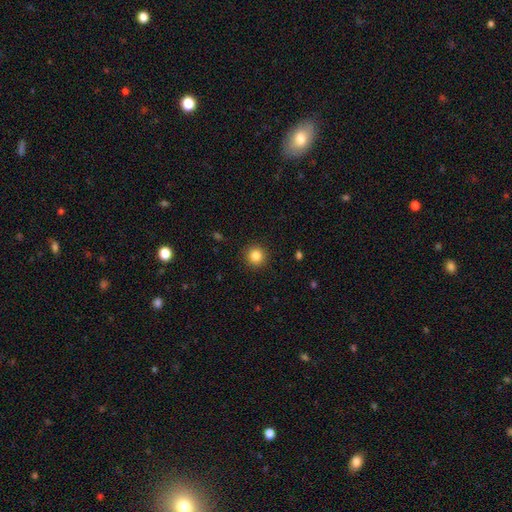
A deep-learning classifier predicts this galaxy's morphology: Smooth or featured? Predicted: smooth (p=0.85). How rounded? Predicted: round (p=0.95). Merging? Predicted: none (p=0.92).